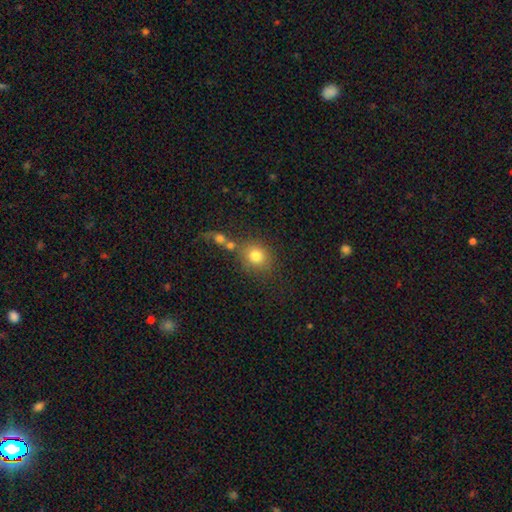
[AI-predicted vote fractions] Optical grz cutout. It shows a smooth galaxy with no disk features (78%) that is round (76%). Merging: none (61%).